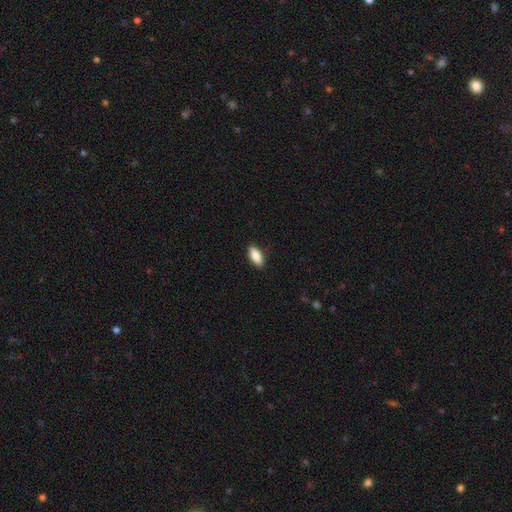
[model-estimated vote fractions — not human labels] Q: Smooth or featured?
A: smooth (86%); runner-up: featured or disk (7%)
Q: How rounded?
A: in between (84%); runner-up: cigar-shaped (14%)
Q: Merging?
A: none (89%); runner-up: minor disturbance (8%)